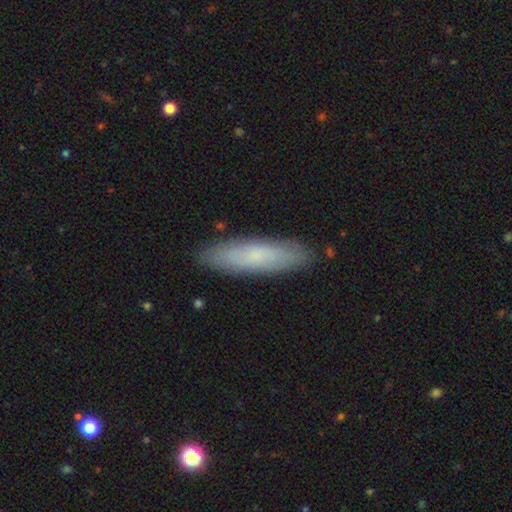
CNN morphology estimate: Smooth or featured?
  - smooth: 65% *
  - featured or disk: 28%
  - star or artifact: 7%
How rounded?
  - cigar-shaped: 69% *
  - in between: 29%
  - round: 2%
Merging?
  - none: 88% *
  - minor disturbance: 9%
  - major disturbance: 2%
  - merger: 1%